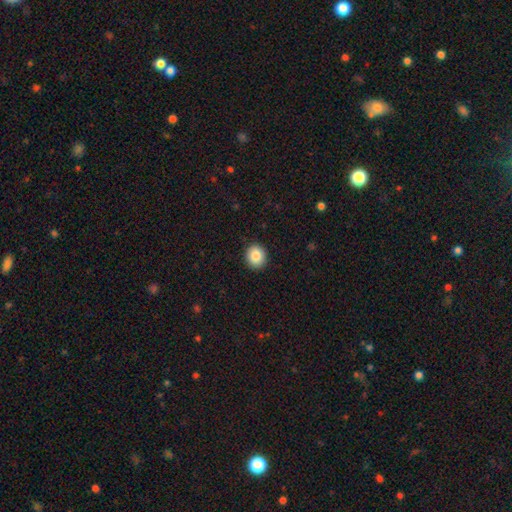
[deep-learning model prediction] A smooth galaxy with no disk features (87%) that is round (77%).

Vote fractions:
- Smooth or featured? smooth: 87% / star or artifact: 9% / featured or disk: 5%
- How rounded? round: 77% / in between: 22% / cigar-shaped: 1%
- Merging? none: 91% / minor disturbance: 6% / major disturbance: 2% / merger: 1%